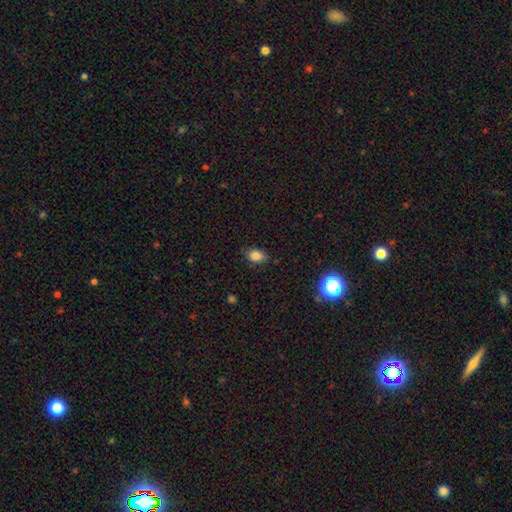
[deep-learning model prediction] Overall: smooth (84%). How rounded: in between (79%). Merging: none (79%).